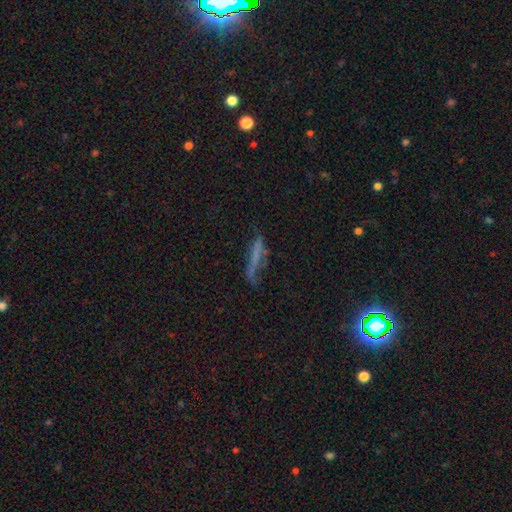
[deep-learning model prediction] A smooth galaxy with no disk features (44%). Merging: none (53%).